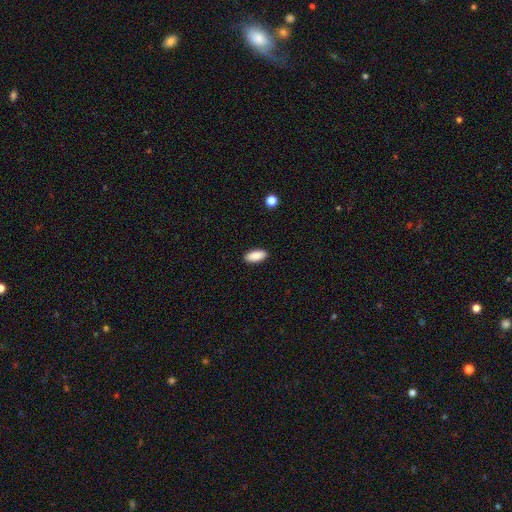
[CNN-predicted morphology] Smooth or featured? Predicted: smooth (p=0.90). How rounded? Predicted: in between (p=0.89). Merging? Predicted: none (p=0.90).